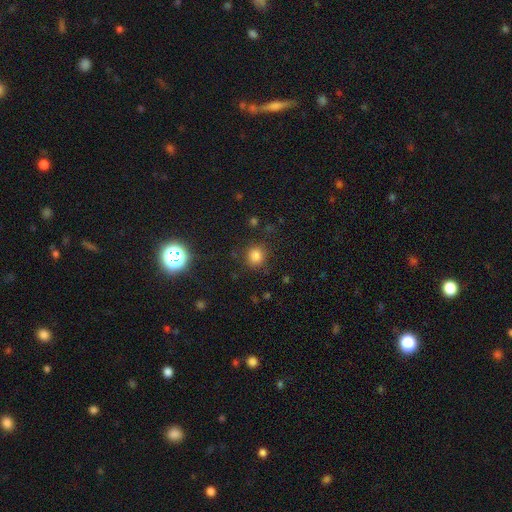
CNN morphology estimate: Smooth or featured? Predicted: smooth (p=0.80). How rounded? Predicted: round (p=0.88). Merging? Predicted: none (p=0.84).